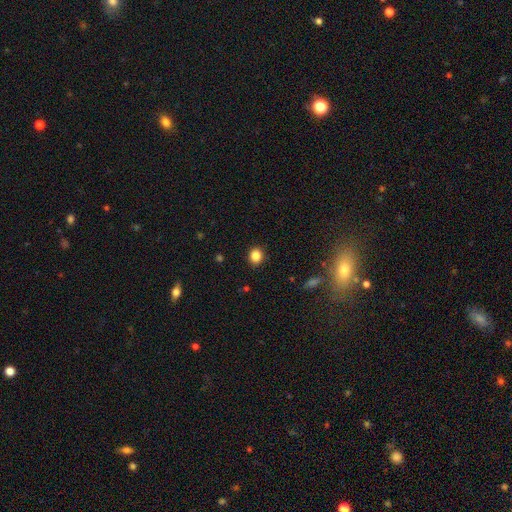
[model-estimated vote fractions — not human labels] Smooth or featured?
  - smooth: 84% *
  - star or artifact: 11%
  - featured or disk: 5%
How rounded?
  - round: 75% *
  - in between: 24%
  - cigar-shaped: 1%
Merging?
  - none: 90% *
  - minor disturbance: 7%
  - major disturbance: 2%
  - merger: 1%